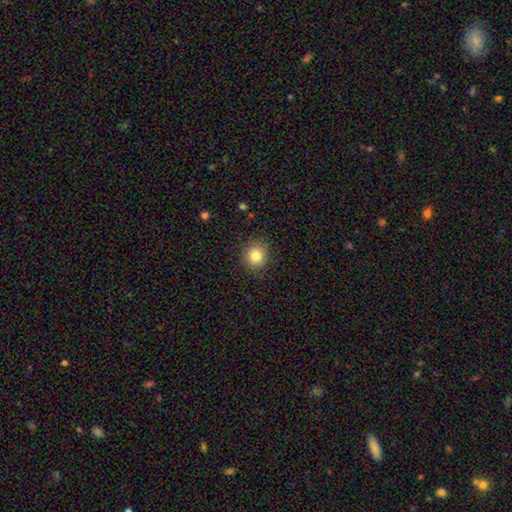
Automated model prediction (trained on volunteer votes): Smooth or featured? smooth (82%)
How rounded? round (83%)
Merging? none (87%)